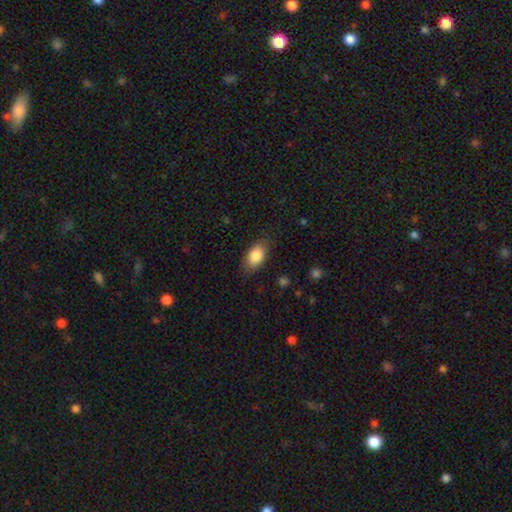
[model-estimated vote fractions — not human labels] Smooth or featured?
  - smooth: 85% *
  - featured or disk: 8%
  - star or artifact: 7%
How rounded?
  - in between: 89% *
  - round: 8%
  - cigar-shaped: 3%
Merging?
  - none: 79% *
  - minor disturbance: 16%
  - major disturbance: 4%
  - merger: 1%